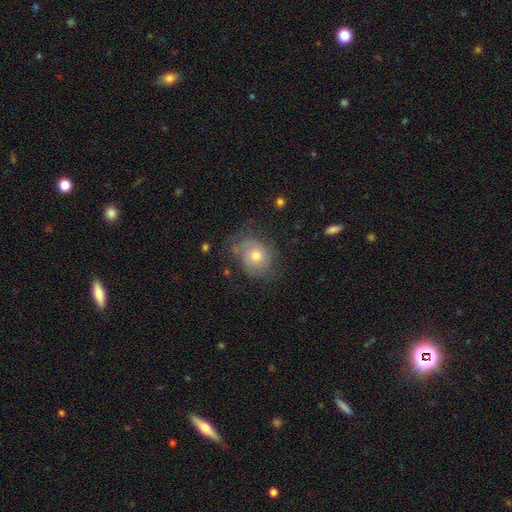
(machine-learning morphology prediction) This is possibly a featured or disk galaxy (48%). Merging: possibly none (58%).